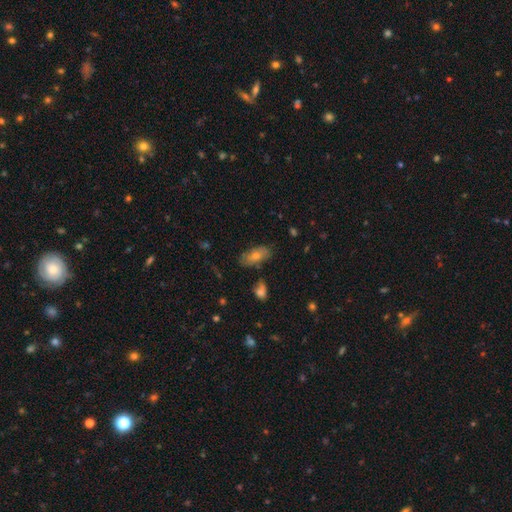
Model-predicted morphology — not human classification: This appears to be a smooth galaxy with no disk features (53%) that is in between round and cigar-shaped (87%). Merging: none (76%).